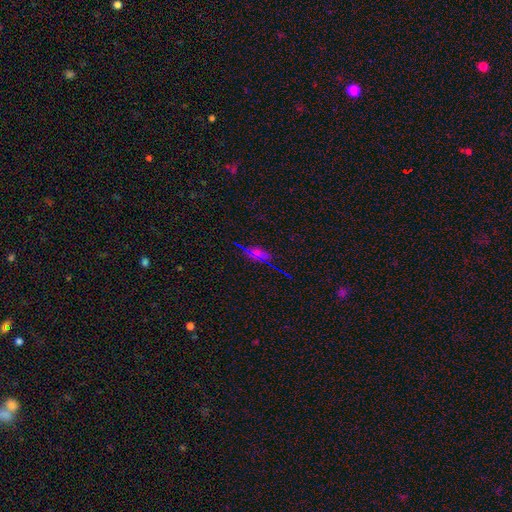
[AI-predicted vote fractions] This appears to be a star or artifact, not a galaxy (36%).